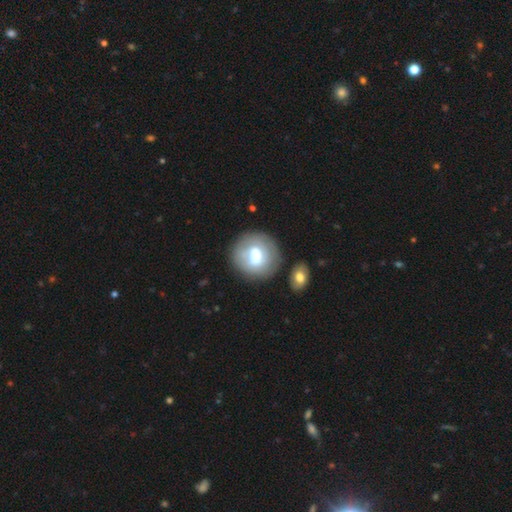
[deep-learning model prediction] smooth 57%, featured or disk 36%, star or artifact 7%. Down the decision tree: how rounded — round (85%); merging — none (74%).